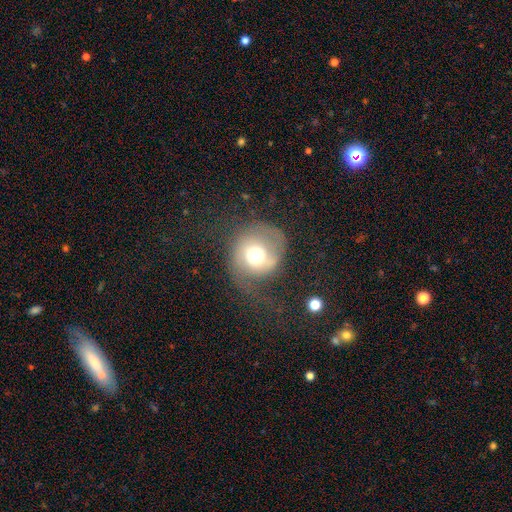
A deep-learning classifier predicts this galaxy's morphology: featured or disk 46%, smooth 44%, star or artifact 10%. Down the decision tree: merging — none (42%).